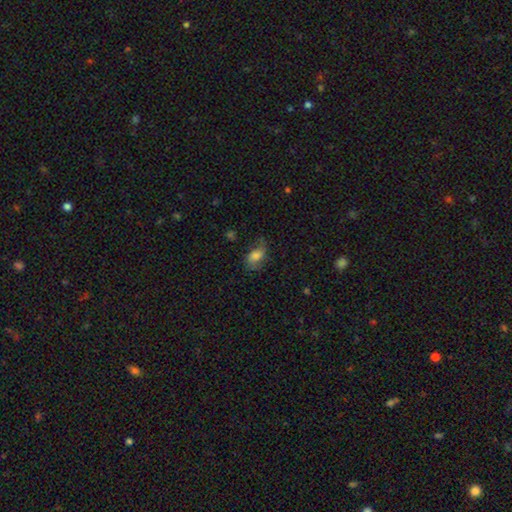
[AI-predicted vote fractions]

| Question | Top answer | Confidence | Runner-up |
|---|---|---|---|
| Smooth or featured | smooth | 64% | featured or disk (26%) |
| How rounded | in between | 86% | round (12%) |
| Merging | none | 55% | minor disturbance (27%) |